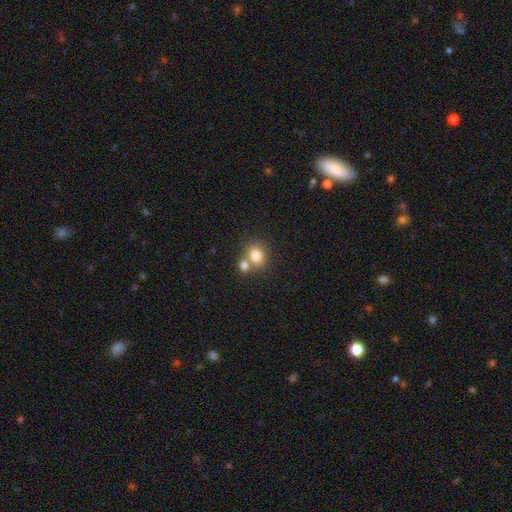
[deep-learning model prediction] smooth-or-featured: smooth: 79% | star or artifact: 11% | featured or disk: 10%
  how-rounded: round: 64% | in between: 35% | cigar-shaped: 1%
  merging: none: 48% | merger: 41% | minor disturbance: 8% | major disturbance: 3%